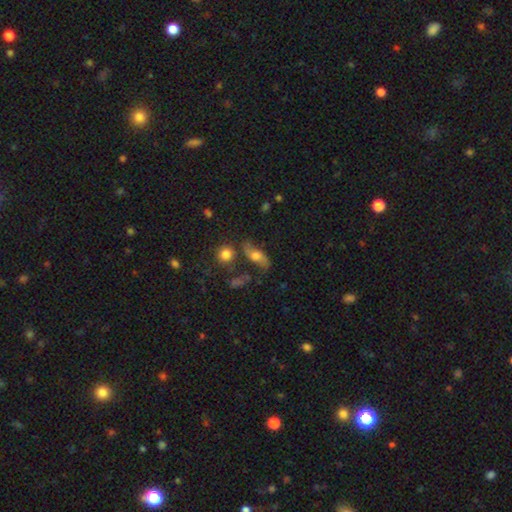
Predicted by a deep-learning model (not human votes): smooth_or_featured: featured or disk (p=0.45) [tied with: smooth p=0.45]
merging: none (p=0.61) [alt: minor disturbance p=0.20]